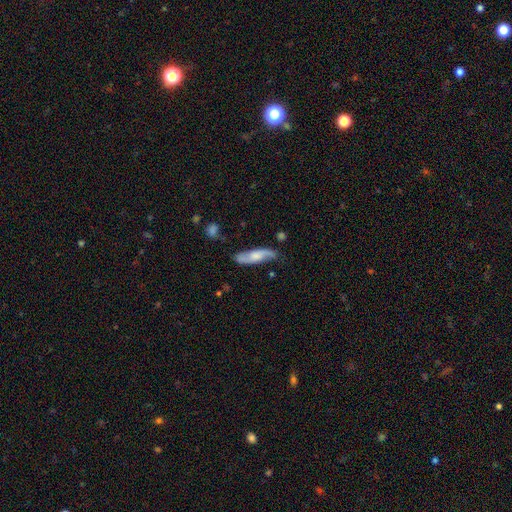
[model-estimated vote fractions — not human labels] featured or disk 48%, smooth 46%, star or artifact 6%. Down the decision tree: merging — none (72%).